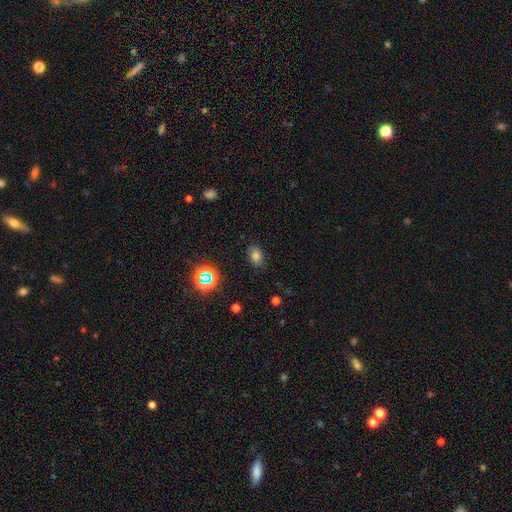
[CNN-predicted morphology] Smooth or featured?
  - smooth: 75% *
  - star or artifact: 18%
  - featured or disk: 7%
How rounded?
  - in between: 77% *
  - round: 22%
  - cigar-shaped: 1%
Merging?
  - none: 83% *
  - minor disturbance: 12%
  - major disturbance: 3%
  - merger: 1%